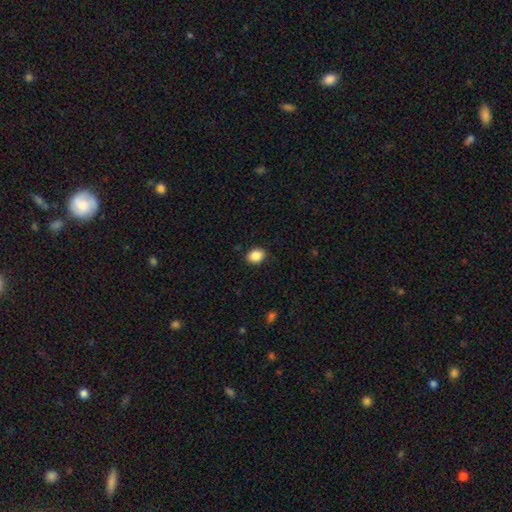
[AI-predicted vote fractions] Morphology: type=smooth (88%); roundness=in between (53%); merging=none (89%).